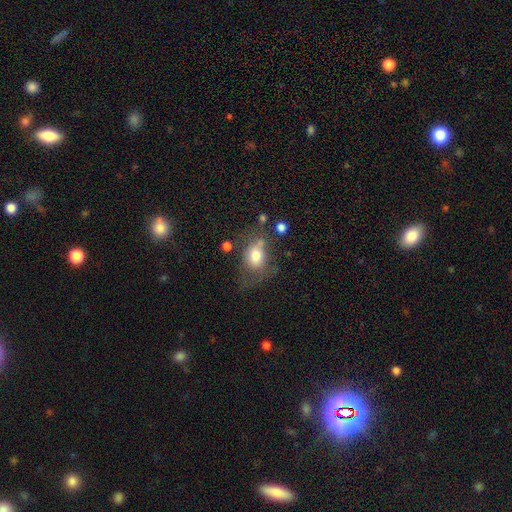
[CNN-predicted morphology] Smooth or featured? Predicted: smooth (p=0.70). How rounded? Predicted: in between (p=0.65). Merging? Predicted: none (p=0.39).